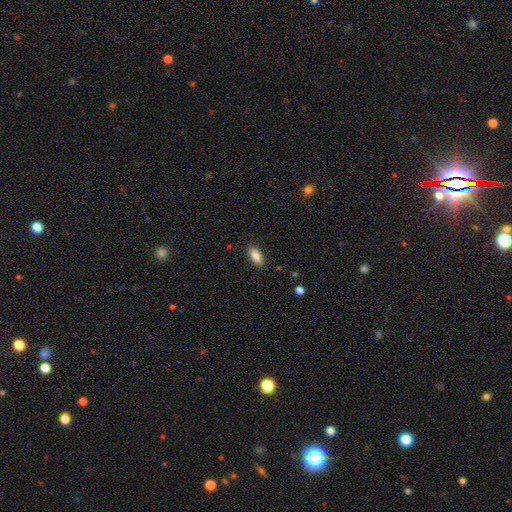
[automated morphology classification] Smooth or featured? Predicted: smooth (p=0.86). How rounded? Predicted: in between (p=0.86). Merging? Predicted: none (p=0.87).